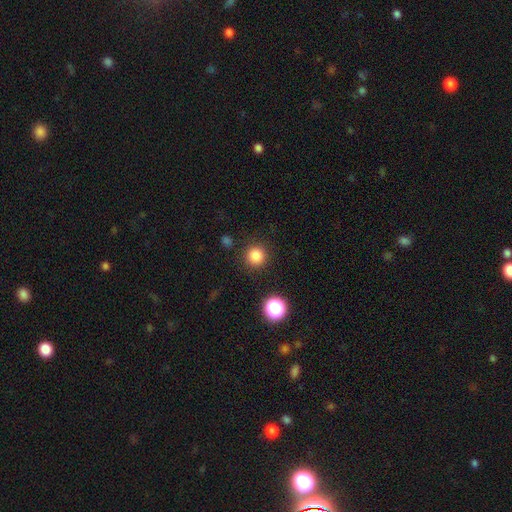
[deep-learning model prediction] Smooth or featured?
  - smooth: 83% *
  - star or artifact: 13%
  - featured or disk: 4%
How rounded?
  - round: 95% *
  - in between: 4%
  - cigar-shaped: 1%
Merging?
  - none: 89% *
  - minor disturbance: 6%
  - major disturbance: 3%
  - merger: 2%